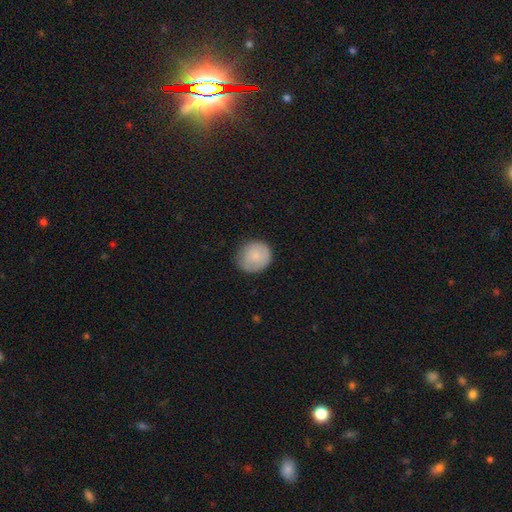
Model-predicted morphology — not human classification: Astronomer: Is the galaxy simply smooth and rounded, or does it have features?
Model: smooth — 82%.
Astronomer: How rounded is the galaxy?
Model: round — 83%.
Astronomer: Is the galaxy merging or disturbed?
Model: none — 78%.